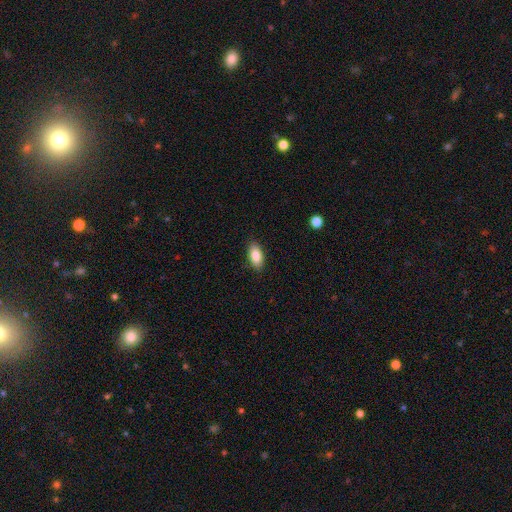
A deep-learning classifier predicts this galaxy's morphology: type=smooth (86%); roundness=in between (91%); merging=none (88%).